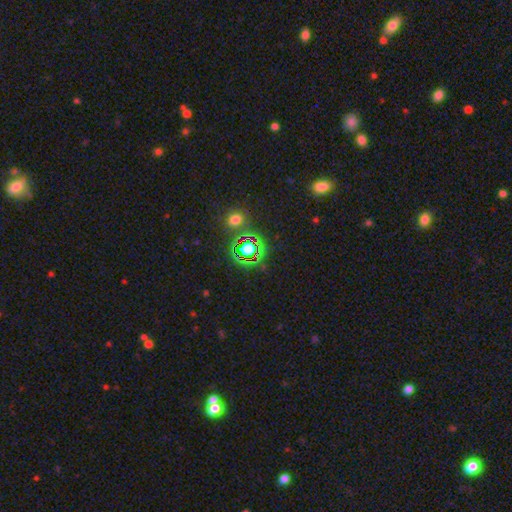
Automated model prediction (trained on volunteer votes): Smooth or featured? Predicted: star or artifact (p=0.68).